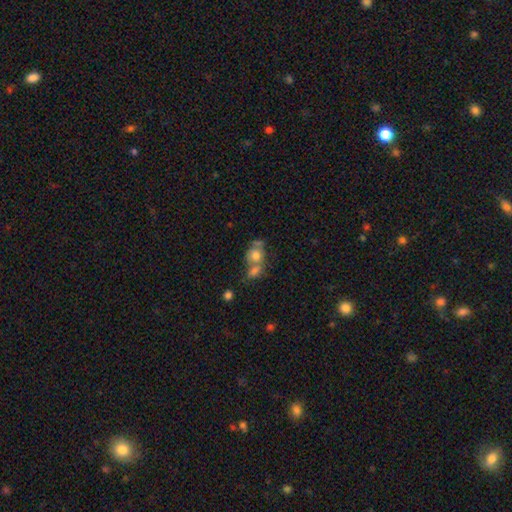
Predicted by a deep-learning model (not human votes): Morphology: type=smooth (68%); roundness=round (55%); merging=merger (57%).